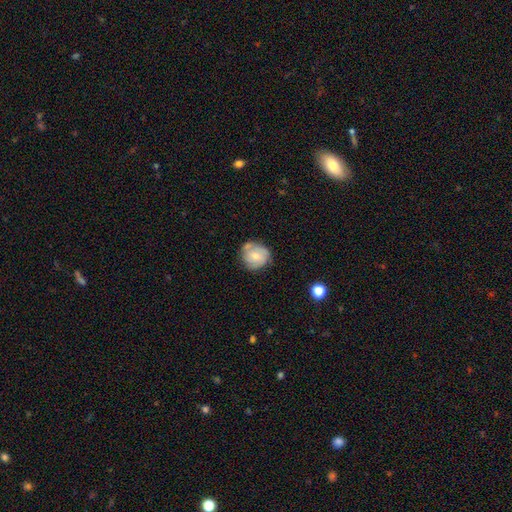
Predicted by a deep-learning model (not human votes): A smooth galaxy with no disk features (56%) that is round (84%).

Vote fractions:
- Smooth or featured? smooth: 56% / featured or disk: 37% / star or artifact: 7%
- How rounded? round: 84% / in between: 15% / cigar-shaped: 1%
- Merging? none: 58% / minor disturbance: 24% / merger: 12% / major disturbance: 7%